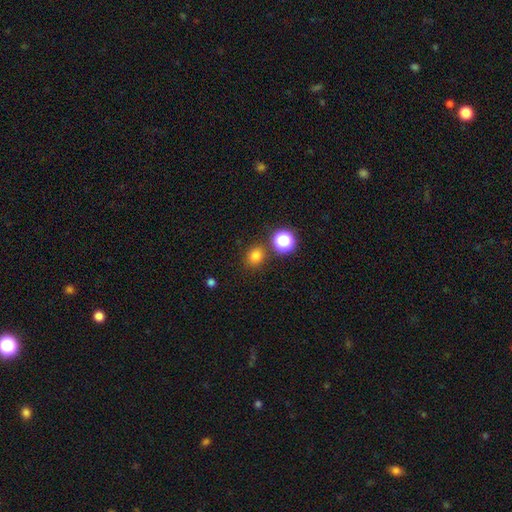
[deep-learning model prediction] This appears to be a smooth galaxy with no disk features (78%) that is round (79%). Merging: none (81%).